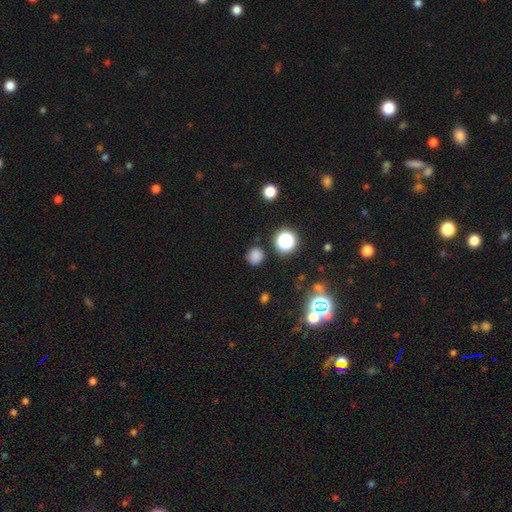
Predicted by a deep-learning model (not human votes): This is likely a smooth galaxy (77%). How rounded: clearly round (88%). Merging: clearly none (85%).